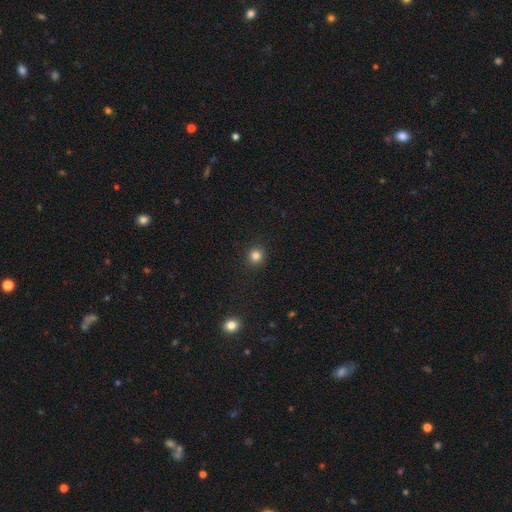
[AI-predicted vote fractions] Smooth or featured? Predicted: smooth (p=0.83). How rounded? Predicted: round (p=0.93). Merging? Predicted: none (p=0.92).